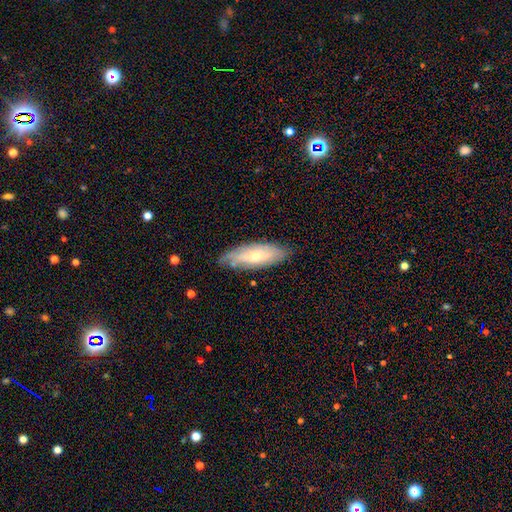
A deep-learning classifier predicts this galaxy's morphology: This appears to be a featured or disk galaxy (47%). Merging: none (75%).